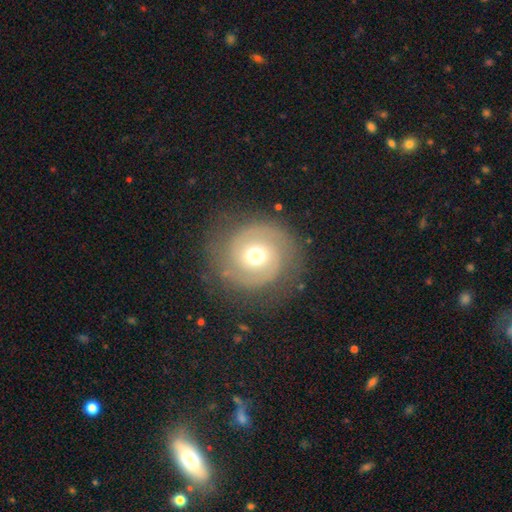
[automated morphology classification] This appears to be a featured or disk galaxy (68%) with no bar (70%), 2 (79%) tight (44%) spiral arms (90%) and a moderate central bulge (64%). Merging: none (76%).